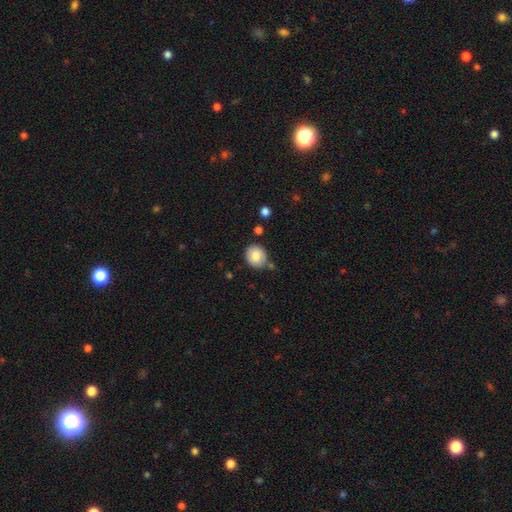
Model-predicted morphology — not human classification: The model was most divided on "how rounded": round: 74%, in between: 25%, cigar-shaped: 1%. More confident: smooth or featured — smooth (80%); merging — none (75%).